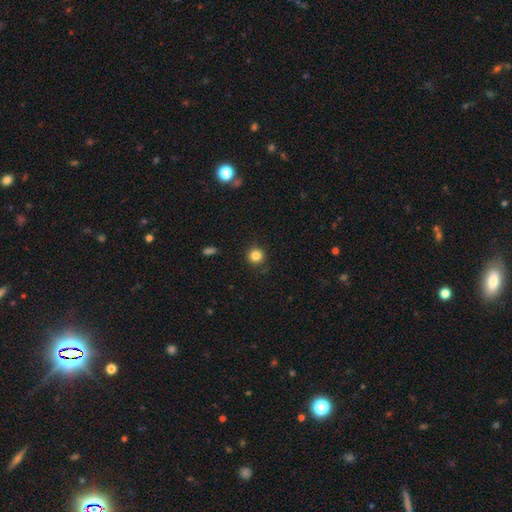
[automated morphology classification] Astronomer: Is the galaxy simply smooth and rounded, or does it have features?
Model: smooth — 84%.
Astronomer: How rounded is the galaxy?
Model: round — 94%.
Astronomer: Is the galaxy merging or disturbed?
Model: none — 89%.